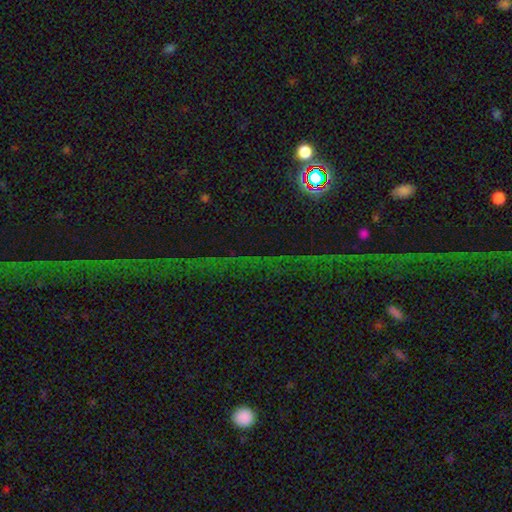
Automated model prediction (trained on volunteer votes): Smooth or featured: star or artifact — 75% (featured or disk — 14%)